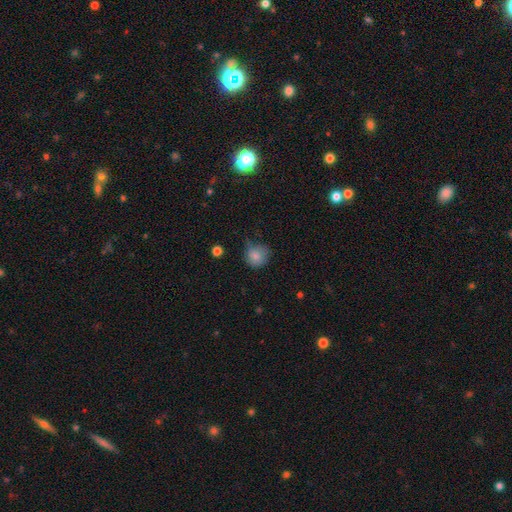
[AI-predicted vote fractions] Smooth or featured? Predicted: smooth (p=0.82). How rounded? Predicted: round (p=0.83). Merging? Predicted: none (p=0.50).